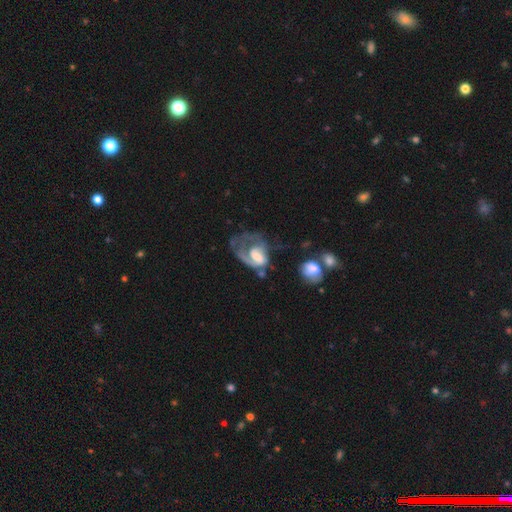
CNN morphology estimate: featured or disk 68%, smooth 25%, star or artifact 7%. Down the decision tree: edge-on disk — no (97%); bar — no (54%); spiral arms — yes (74%); bulge size — moderate (40%); merging — major disturbance (54%).